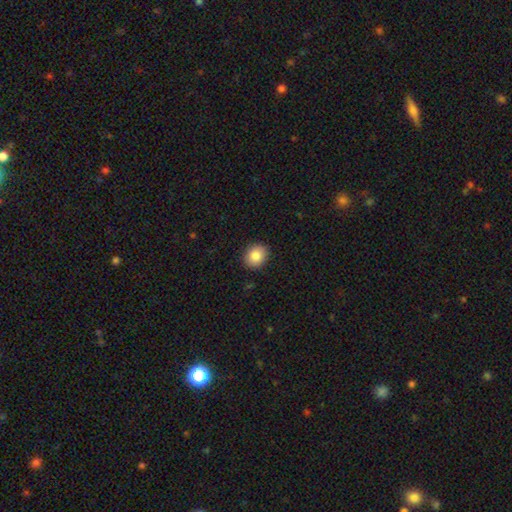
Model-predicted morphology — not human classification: Smooth or featured: smooth — 86% (star or artifact — 8%)
How rounded: round — 65% (in between — 34%)
Merging: none — 90% (minor disturbance — 7%)